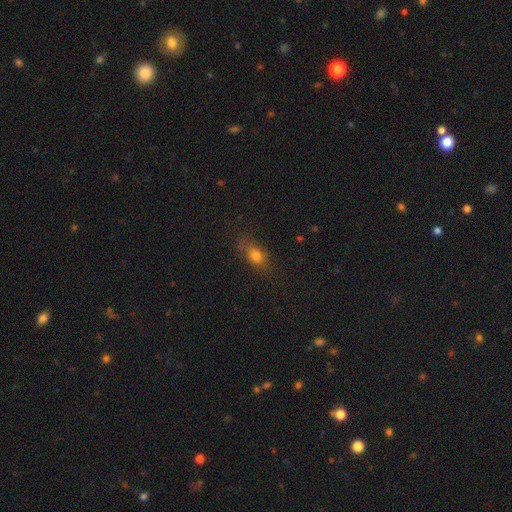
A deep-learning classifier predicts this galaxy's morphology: Smooth or featured?
  - smooth: 75% *
  - star or artifact: 13%
  - featured or disk: 12%
How rounded?
  - in between: 72% *
  - round: 21%
  - cigar-shaped: 7%
Merging?
  - none: 68% *
  - minor disturbance: 22%
  - major disturbance: 7%
  - merger: 3%